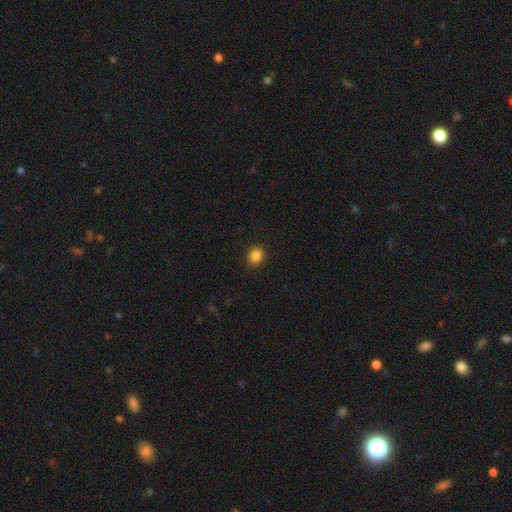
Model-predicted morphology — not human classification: smooth 85%, star or artifact 11%, featured or disk 4%. Down the decision tree: how rounded — round (72%); merging — none (90%).